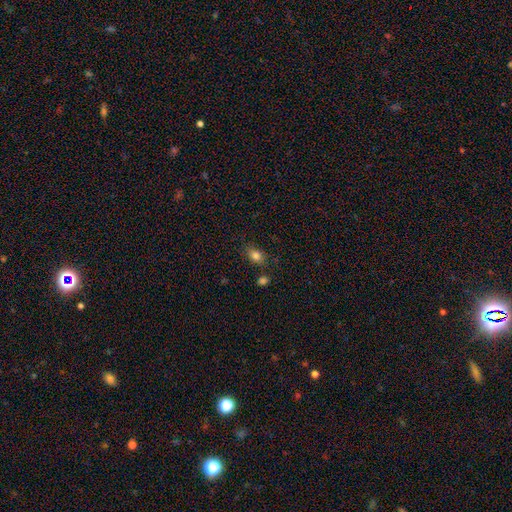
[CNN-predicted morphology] Overall: smooth (83%). How rounded: in between (78%). Merging: none (78%).